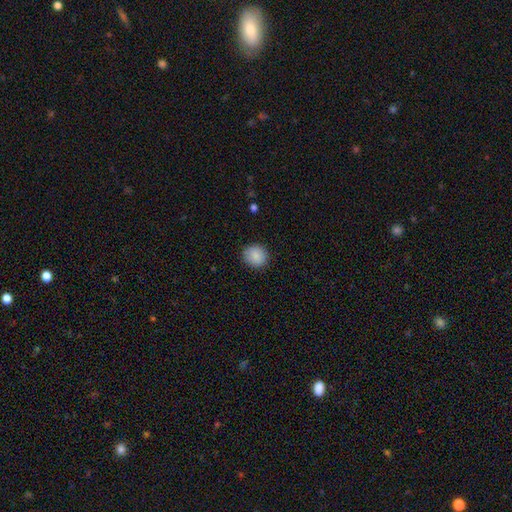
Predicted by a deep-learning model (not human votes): Q: Smooth or featured?
A: smooth (88%); runner-up: star or artifact (8%)
Q: How rounded?
A: round (84%); runner-up: in between (15%)
Q: Merging?
A: none (89%); runner-up: minor disturbance (8%)